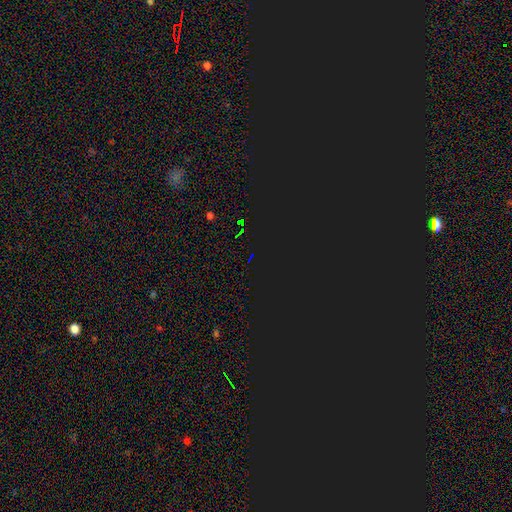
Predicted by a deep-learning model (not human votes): star or artifact 83%, smooth 10%, featured or disk 7%.